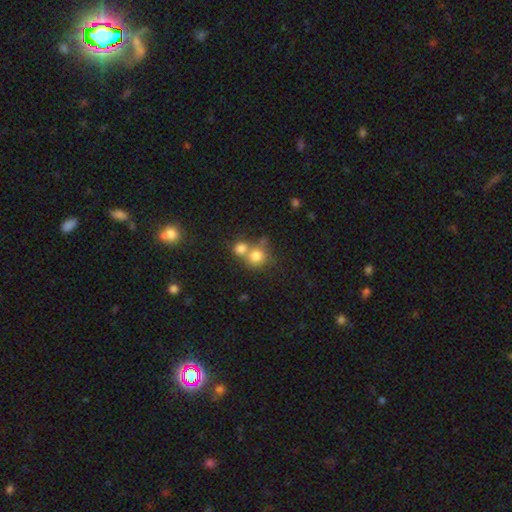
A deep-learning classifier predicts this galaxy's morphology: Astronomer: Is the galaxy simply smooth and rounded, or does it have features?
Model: smooth — 78%.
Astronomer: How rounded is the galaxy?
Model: round — 84%.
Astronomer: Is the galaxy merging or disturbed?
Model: merger — 51% (runner-up: none, 38%).